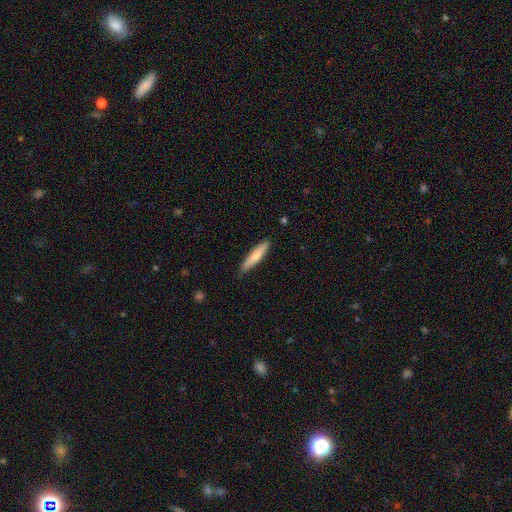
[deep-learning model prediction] A smooth galaxy with no disk features (66%) that is cigar-shaped (86%). Merging: none (85%).